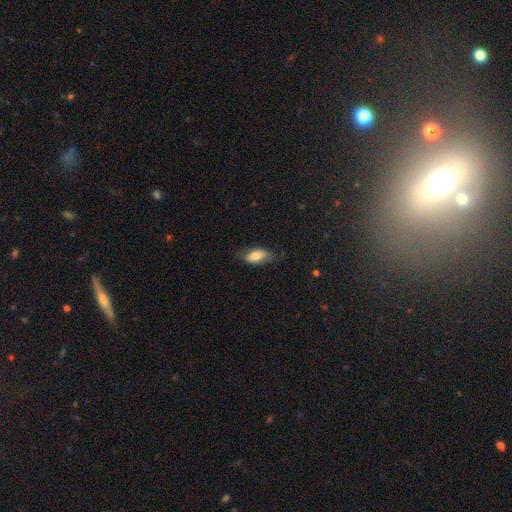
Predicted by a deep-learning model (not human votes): Q: Smooth or featured?
A: smooth (74%); runner-up: featured or disk (19%)
Q: How rounded?
A: in between (86%); runner-up: cigar-shaped (11%)
Q: Merging?
A: none (71%); runner-up: minor disturbance (22%)